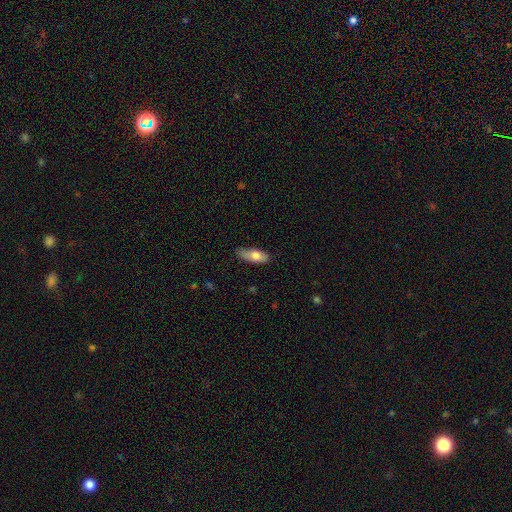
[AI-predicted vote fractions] smooth-or-featured: smooth: 71% | featured or disk: 23% | star or artifact: 6%
  how-rounded: in between: 72% | cigar-shaped: 25% | round: 3%
  merging: none: 76% | minor disturbance: 19% | major disturbance: 3% | merger: 1%